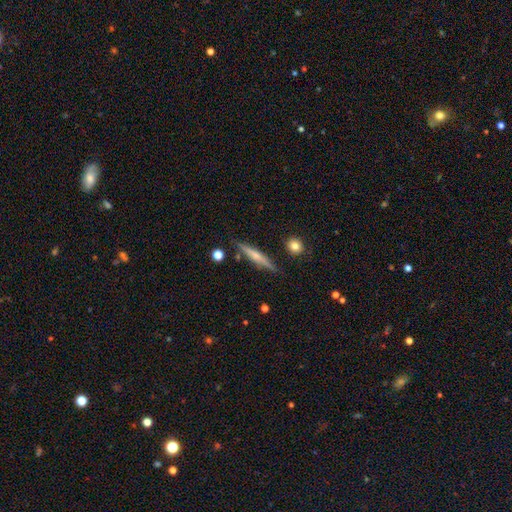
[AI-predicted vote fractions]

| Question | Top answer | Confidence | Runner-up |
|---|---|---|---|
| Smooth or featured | featured or disk | 55% | smooth (39%) |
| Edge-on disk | yes | 96% | no (4%) |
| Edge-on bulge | rounded | 62% | none (28%) |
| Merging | none | 85% | minor disturbance (10%) |